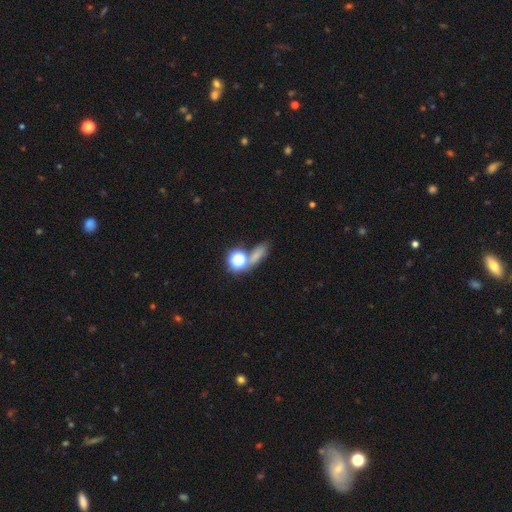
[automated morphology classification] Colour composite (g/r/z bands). It shows a smooth galaxy with no disk features (60%) that is in between round and cigar-shaped (43%). Merging: none (58%).